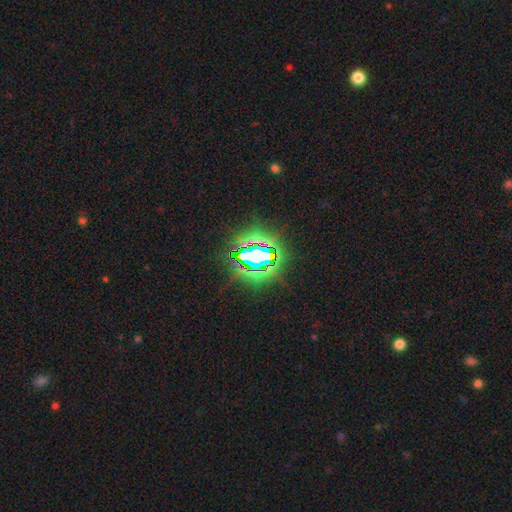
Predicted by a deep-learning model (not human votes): star or artifact 73%, smooth 15%, featured or disk 12%.